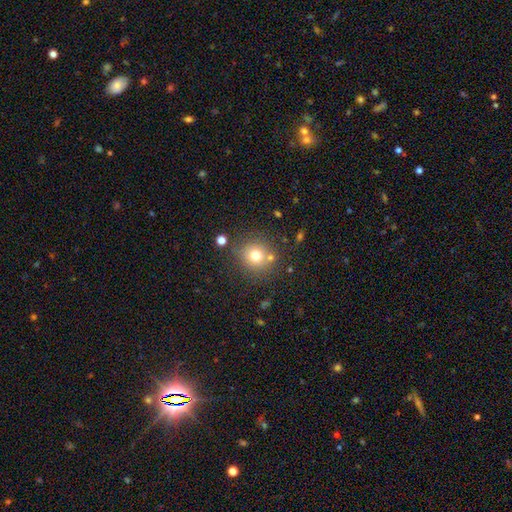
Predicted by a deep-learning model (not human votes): This is likely a smooth galaxy (74%). How rounded: clearly round (91%). Merging: likely none (78%).